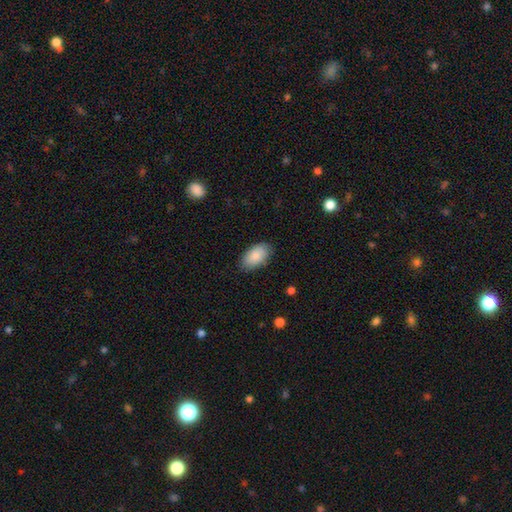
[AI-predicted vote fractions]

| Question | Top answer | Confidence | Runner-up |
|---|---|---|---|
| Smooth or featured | smooth | 84% | featured or disk (10%) |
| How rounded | in between | 94% | round (4%) |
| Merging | none | 82% | minor disturbance (14%) |